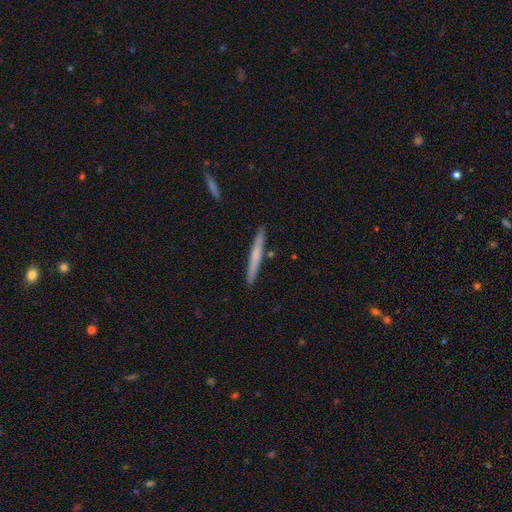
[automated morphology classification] Q: Smooth or featured?
A: smooth (60%); runner-up: featured or disk (34%)
Q: How rounded?
A: cigar-shaped (97%); runner-up: in between (2%)
Q: Merging?
A: none (90%); runner-up: minor disturbance (7%)